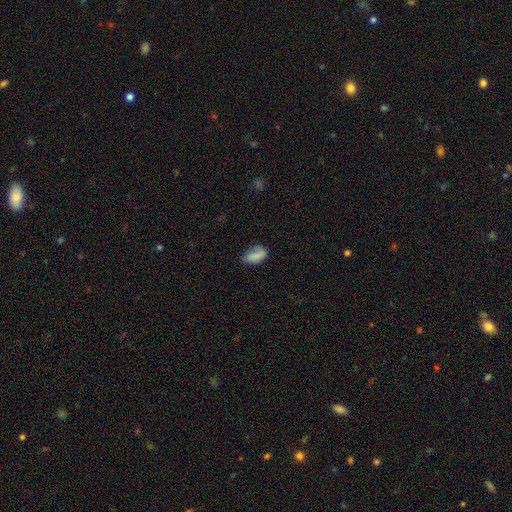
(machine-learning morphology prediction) The model was most divided on "merging": none: 56%, minor disturbance: 31%, major disturbance: 11%, merger: 2%. More confident: how rounded — in between (89%); smooth or featured — smooth (77%).